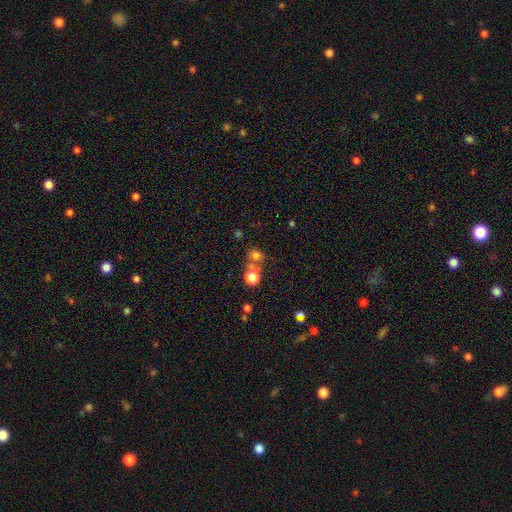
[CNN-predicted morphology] The model was most divided on "smooth or featured": smooth: 49%, star or artifact: 39%, featured or disk: 12%. More confident: merging — none (54%).